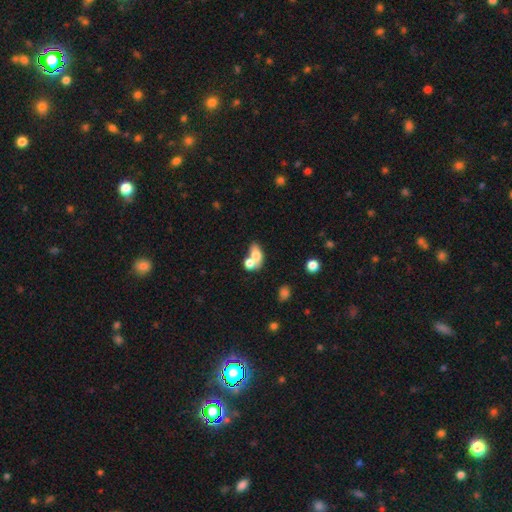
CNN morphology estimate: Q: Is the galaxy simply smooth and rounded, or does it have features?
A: smooth — 73%.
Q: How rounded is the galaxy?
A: in between — 80%.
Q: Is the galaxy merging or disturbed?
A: merger — 60%.